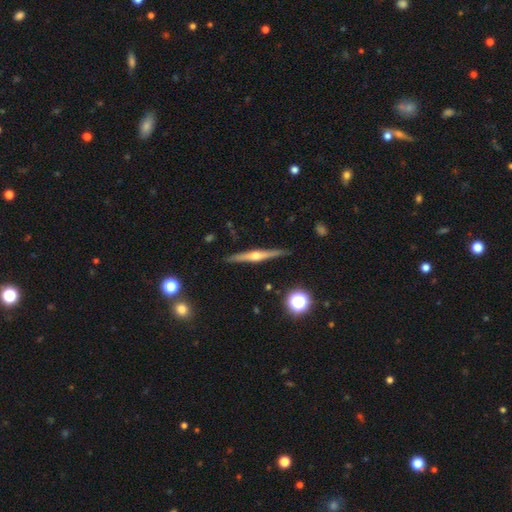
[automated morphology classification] Smooth or featured? featured or disk (78%)
Edge-on disk? yes (98%)
Edge-on bulge? rounded (92%)
Merging? none (90%)